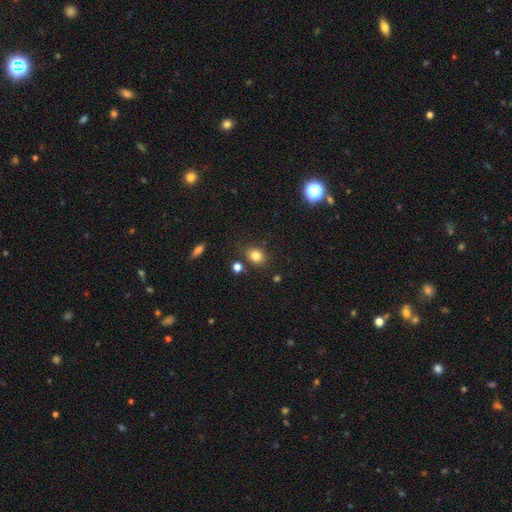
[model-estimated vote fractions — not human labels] A smooth galaxy with no disk features (81%) that is round (51%). Merging: none (79%).